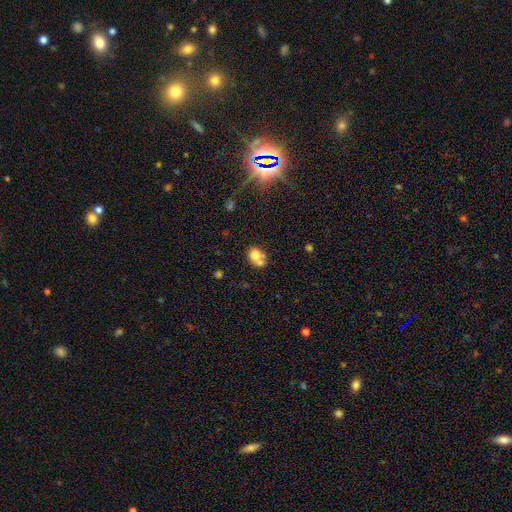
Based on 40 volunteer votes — A smooth galaxy with no disk features (57%) that is round (74%). Merging: merger (57%).